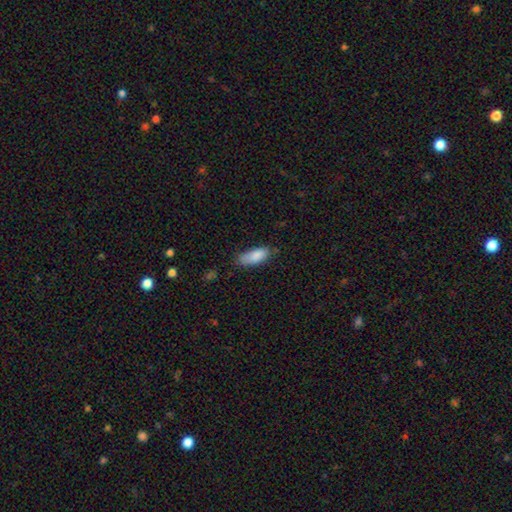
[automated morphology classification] This is clearly a smooth galaxy (86%). How rounded: likely in between (80%). Merging: likely none (64%).